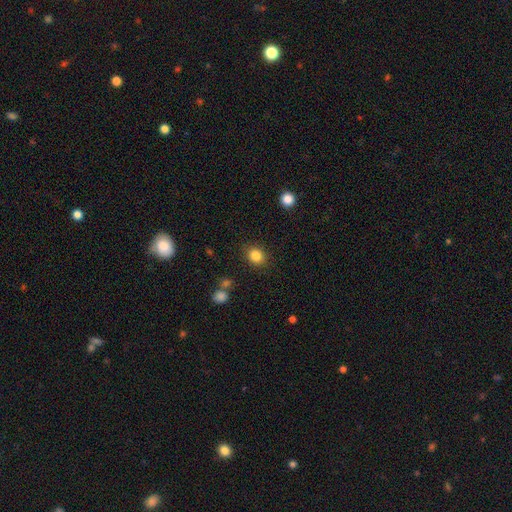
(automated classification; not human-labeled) Smooth or featured?
  - smooth: 84% *
  - star or artifact: 11%
  - featured or disk: 5%
How rounded?
  - round: 67% *
  - in between: 32%
  - cigar-shaped: 1%
Merging?
  - none: 86% *
  - minor disturbance: 9%
  - major disturbance: 3%
  - merger: 2%